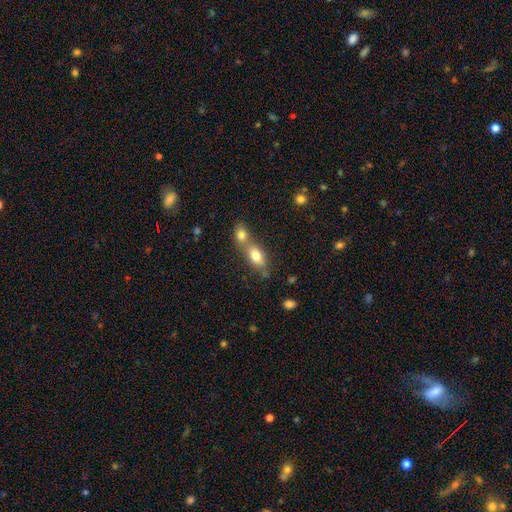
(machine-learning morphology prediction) type=smooth (76%); roundness=in between (78%); merging=merger (59%).